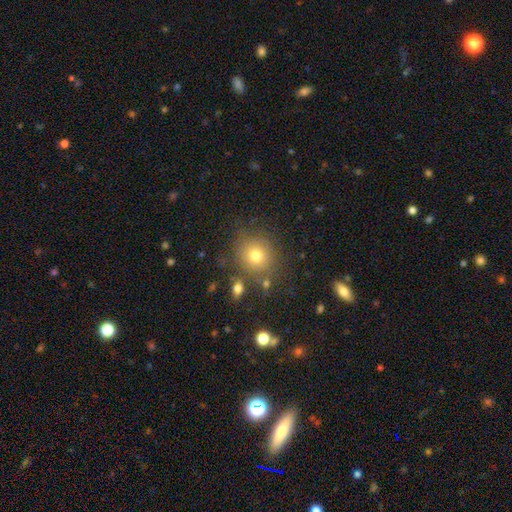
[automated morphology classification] Q: Smooth or featured?
A: smooth (74%); runner-up: star or artifact (16%)
Q: How rounded?
A: round (85%); runner-up: in between (14%)
Q: Merging?
A: none (79%); runner-up: minor disturbance (11%)